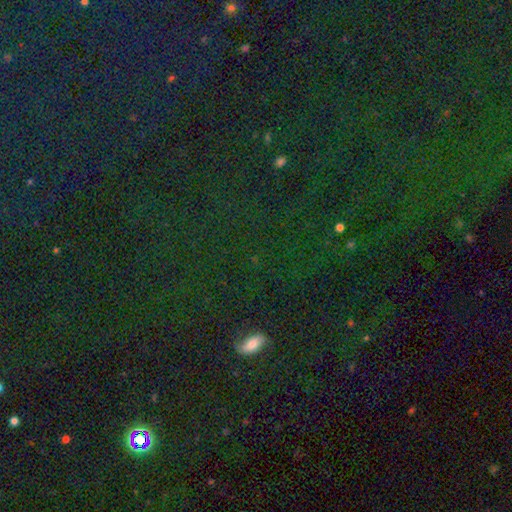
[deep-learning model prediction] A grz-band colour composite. It shows a star or artifact, not a galaxy (59%).